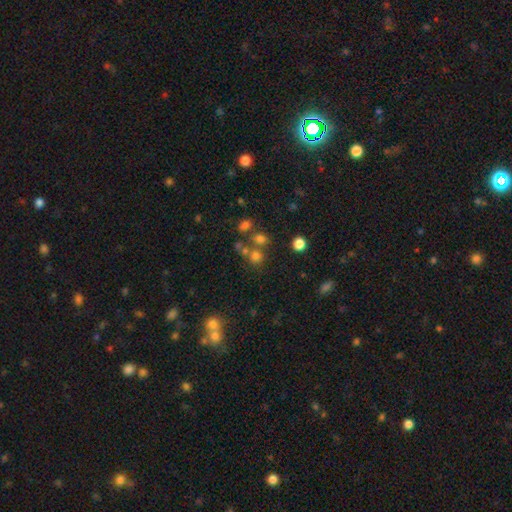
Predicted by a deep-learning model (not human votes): Morphology: type=smooth (67%); roundness=round (83%); merging=none (60%).